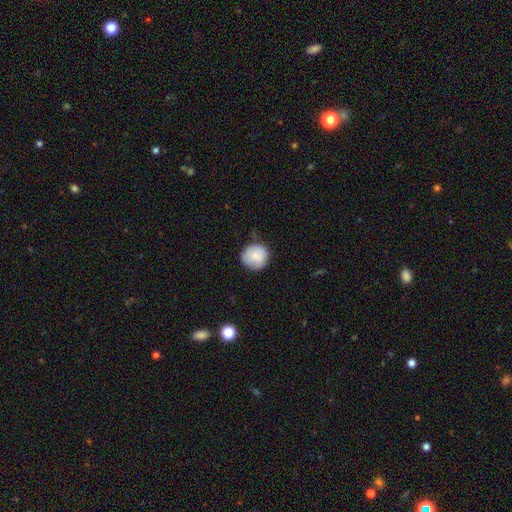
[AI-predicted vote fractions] Q: Smooth or featured?
A: smooth (83%); runner-up: featured or disk (9%)
Q: How rounded?
A: round (92%); runner-up: in between (7%)
Q: Merging?
A: none (77%); runner-up: minor disturbance (18%)